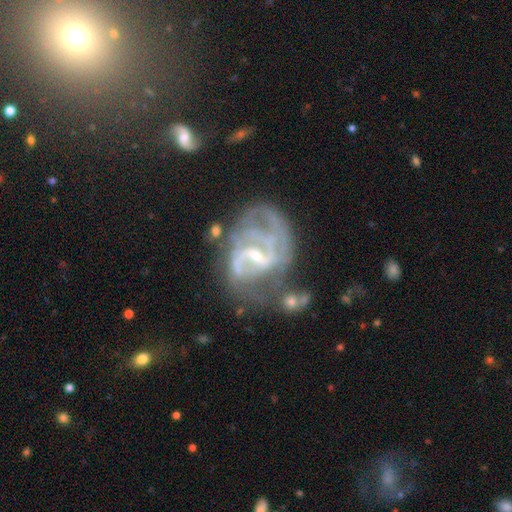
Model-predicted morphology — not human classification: smooth_or_featured: featured or disk (p=0.86) [alt: star or artifact p=0.08]
disk_edge_on: no (p=0.98) [alt: yes p=0.02]
bar: weak (p=0.52) [alt: strong p=0.26]
has_spiral_arms: yes (p=0.90) [alt: no p=0.10]
spiral_winding: medium (p=0.46) [alt: tight p=0.29]
spiral_arm_count: 2 (p=0.42) [alt: can't tell p=0.27]
bulge_size: small (p=0.65) [alt: moderate p=0.26]
merging: none (p=0.36) [alt: major disturbance p=0.29]